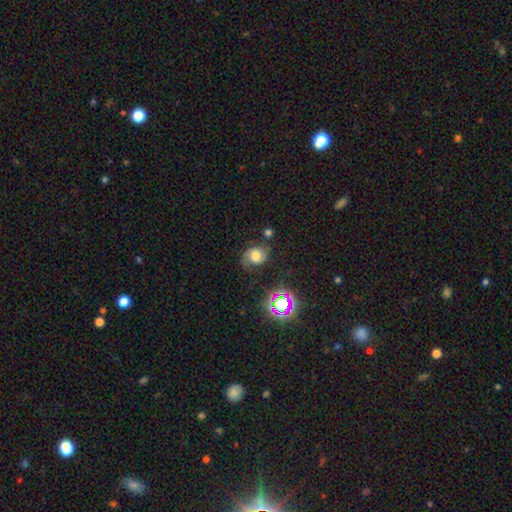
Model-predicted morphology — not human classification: Smooth or featured: featured or disk — 52% (smooth — 33%)
Edge-on disk: no — 96% (yes — 4%)
Merging: none — 57% (minor disturbance — 25%)